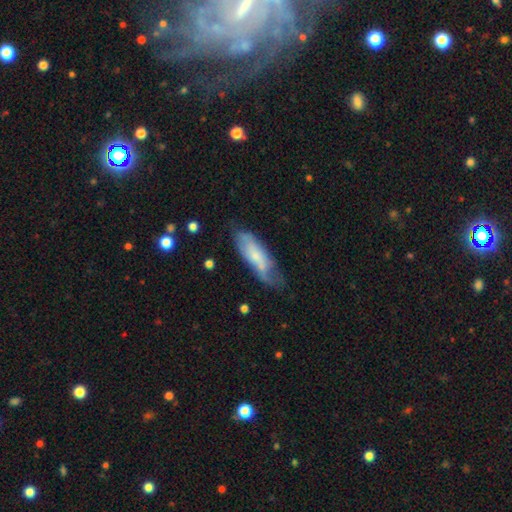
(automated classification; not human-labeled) Smooth or featured?
  - smooth: 54% *
  - featured or disk: 39%
  - star or artifact: 7%
How rounded?
  - in between: 58% *
  - cigar-shaped: 41%
  - round: 2%
Merging?
  - none: 47% *
  - minor disturbance: 33%
  - major disturbance: 15%
  - merger: 6%